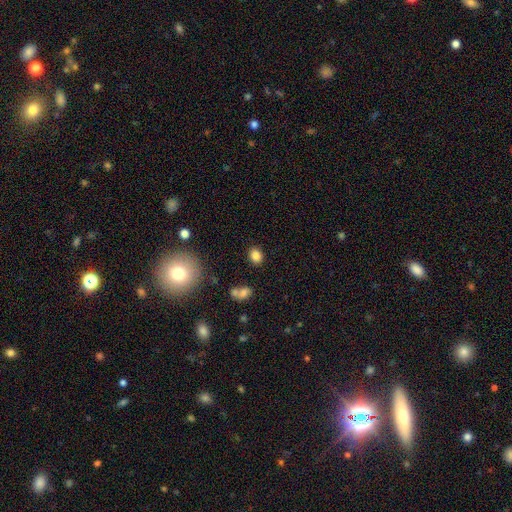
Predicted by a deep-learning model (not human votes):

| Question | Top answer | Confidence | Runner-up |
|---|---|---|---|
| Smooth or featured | smooth | 83% | star or artifact (11%) |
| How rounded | round | 50% | in between (49%) |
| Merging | none | 84% | minor disturbance (9%) |